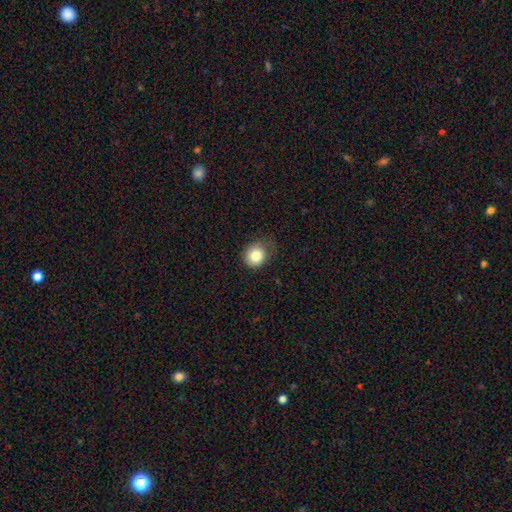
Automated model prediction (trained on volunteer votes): A smooth galaxy with no disk features (83%) that is round (78%).

Vote fractions:
- Smooth or featured? smooth: 83% / star or artifact: 10% / featured or disk: 8%
- How rounded? round: 78% / in between: 21% / cigar-shaped: 1%
- Merging? none: 66% / minor disturbance: 25% / major disturbance: 7% / merger: 1%